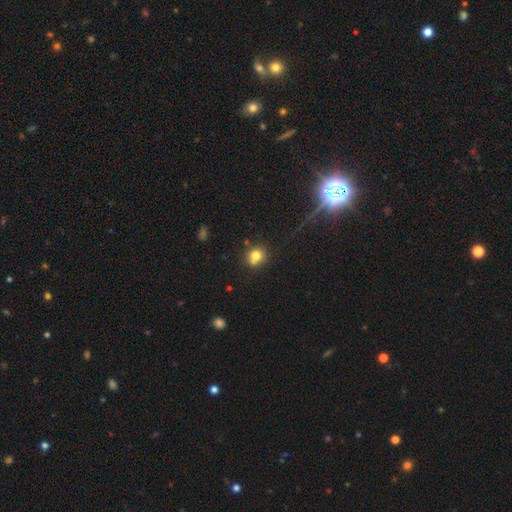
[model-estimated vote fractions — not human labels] The model was most divided on "merging": none: 66%, merger: 15%, minor disturbance: 14%, major disturbance: 4%. More confident: how rounded — round (81%); smooth or featured — smooth (76%).